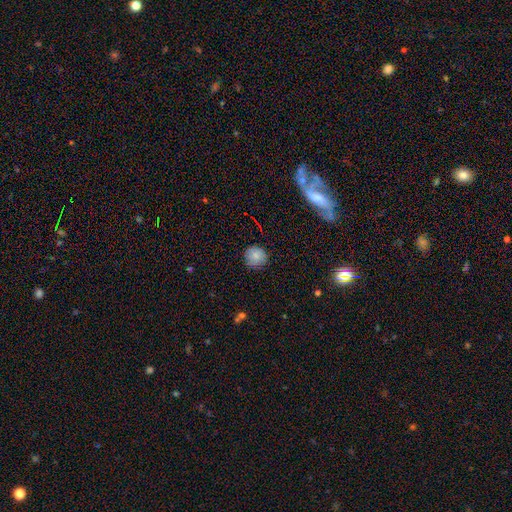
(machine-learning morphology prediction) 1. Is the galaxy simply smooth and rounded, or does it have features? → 78% smooth, 12% featured or disk, 9% star or artifact.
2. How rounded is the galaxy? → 92% round, 7% in between, 1% cigar-shaped.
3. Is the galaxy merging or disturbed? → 84% none, 12% minor disturbance, 3% major disturbance, 1% merger.